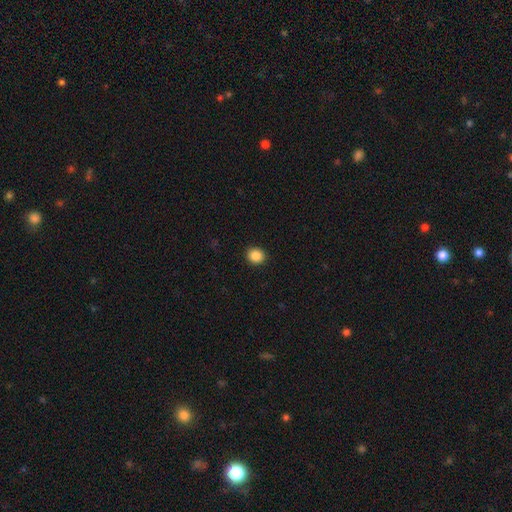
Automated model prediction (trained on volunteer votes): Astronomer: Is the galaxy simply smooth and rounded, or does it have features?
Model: smooth — 87%.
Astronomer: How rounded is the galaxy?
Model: round — 80%.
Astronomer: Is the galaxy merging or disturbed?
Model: none — 92%.